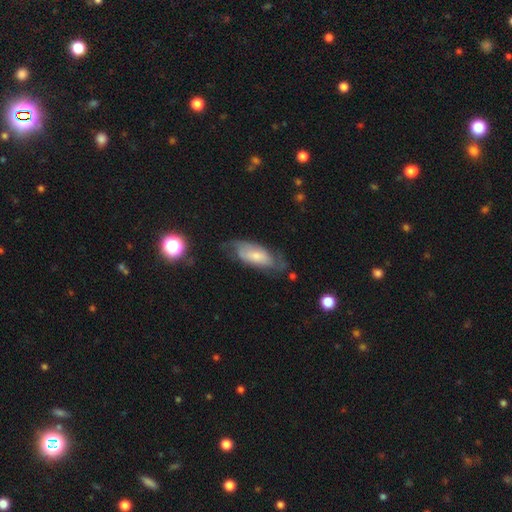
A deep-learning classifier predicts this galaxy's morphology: This is possibly a featured or disk galaxy (47%). Merging: possibly none (52%).